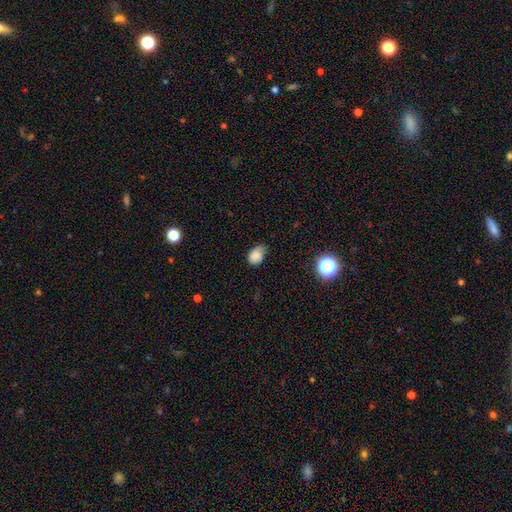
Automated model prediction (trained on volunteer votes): A smooth galaxy with no disk features (83%) that is in between round and cigar-shaped (70%).

Vote fractions:
- Smooth or featured? smooth: 83% / star or artifact: 10% / featured or disk: 7%
- How rounded? in between: 70% / round: 29% / cigar-shaped: 1%
- Merging? none: 44% / minor disturbance: 43% / major disturbance: 10% / merger: 2%